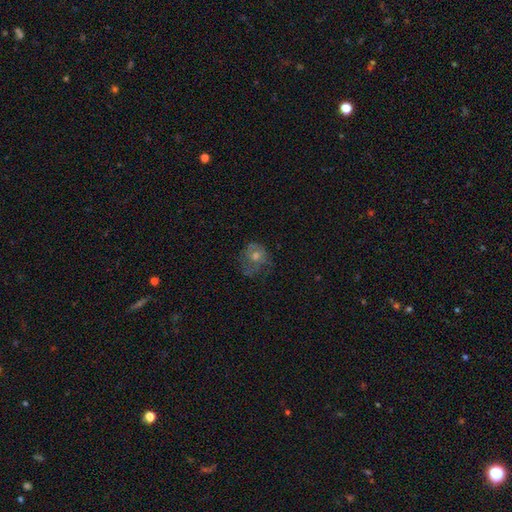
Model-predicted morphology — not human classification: The model was most divided on "smooth or featured": featured or disk: 51%, smooth: 34%, star or artifact: 15%. More confident: edge-on disk — no (97%); merging — none (60%).